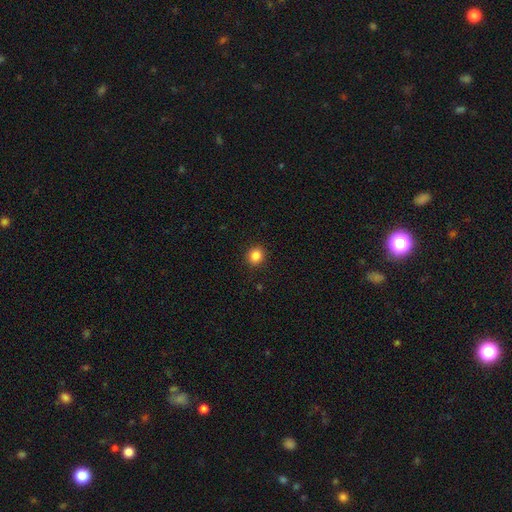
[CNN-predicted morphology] smooth 85%, star or artifact 11%, featured or disk 4%. Down the decision tree: how rounded — round (80%); merging — none (91%).